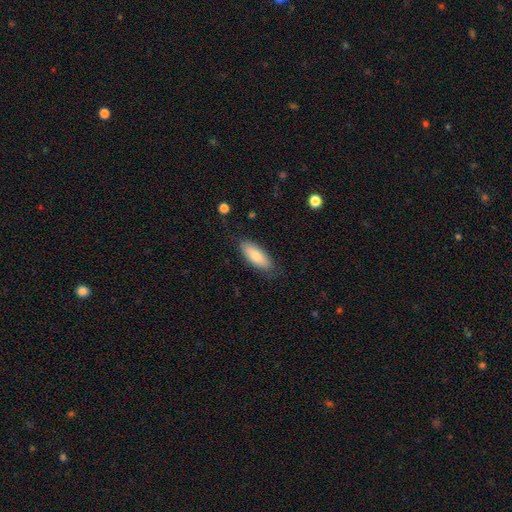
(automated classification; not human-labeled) A smooth galaxy with no disk features (79%) that is in between round and cigar-shaped (76%). Merging: none (79%).